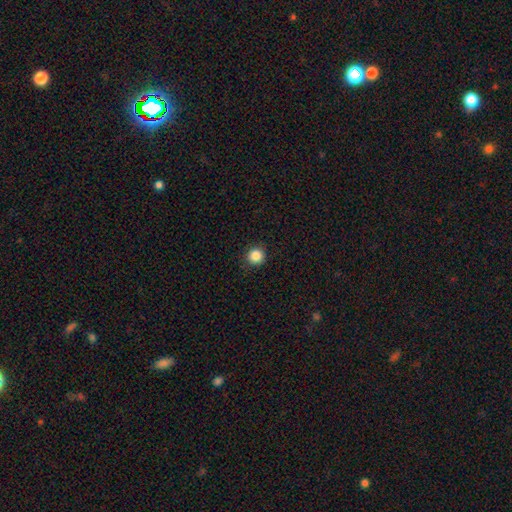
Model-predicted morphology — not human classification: A smooth galaxy with no disk features (86%) that is round (94%).

Vote fractions:
- Smooth or featured? smooth: 86% / star or artifact: 11% / featured or disk: 3%
- How rounded? round: 94% / in between: 5% / cigar-shaped: 1%
- Merging? none: 91% / minor disturbance: 6% / major disturbance: 2% / merger: 1%